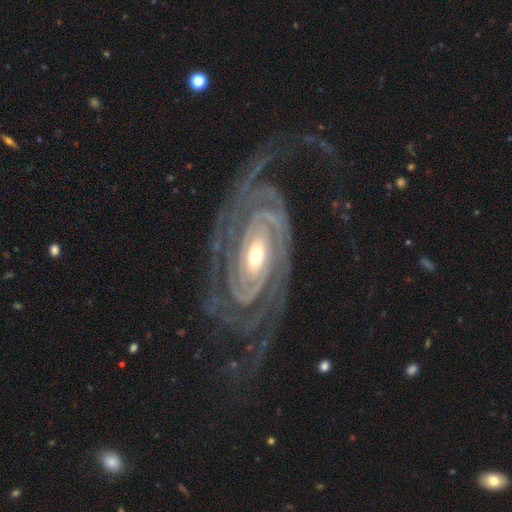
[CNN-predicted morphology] smooth-or-featured: featured or disk: 92% | star or artifact: 4% | smooth: 4%
  disk-edge-on: no: 95% | yes: 5%
    bar: no: 52% | weak: 25% | strong: 22%
    has-spiral-arms: yes: 98% | no: 2%
      spiral-winding: tight: 78% | medium: 18% | loose: 5%
      spiral-arm-count: 2: 41% | 3: 18% | can't tell: 16% | 4: 11% | more than 4: 8% | 1: 7%
    bulge-size: moderate: 53% | small: 40% | large: 5% | dominant: 1% | none: 1%
  merging: none: 71% | minor disturbance: 15% | major disturbance: 12% | merger: 2%